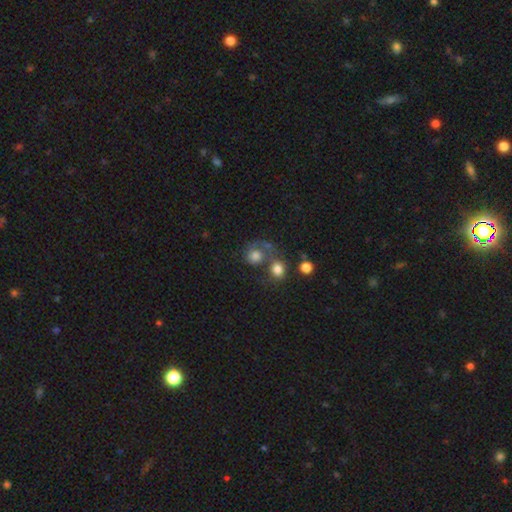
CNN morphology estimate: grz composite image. It shows a smooth galaxy with no disk features (70%) that is round (79%). Merging: merger (41%).